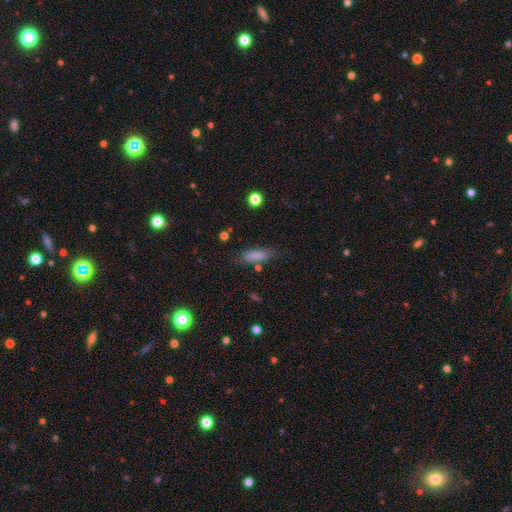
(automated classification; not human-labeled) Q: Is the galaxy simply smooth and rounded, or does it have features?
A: smooth — 82%.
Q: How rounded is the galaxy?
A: cigar-shaped — 49%.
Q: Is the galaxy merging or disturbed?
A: none — 75%.